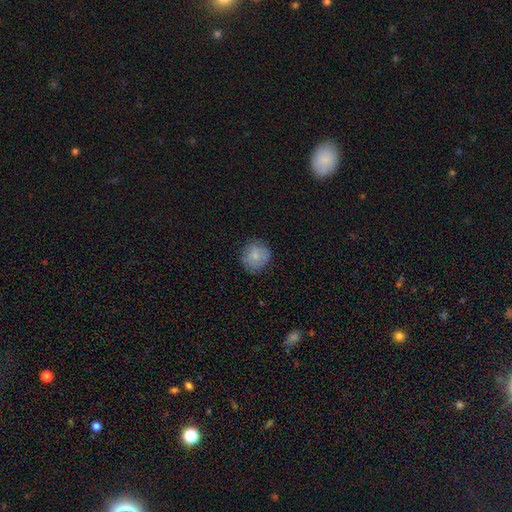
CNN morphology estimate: This is likely a smooth galaxy (78%). How rounded: clearly round (87%). Merging: likely none (79%).